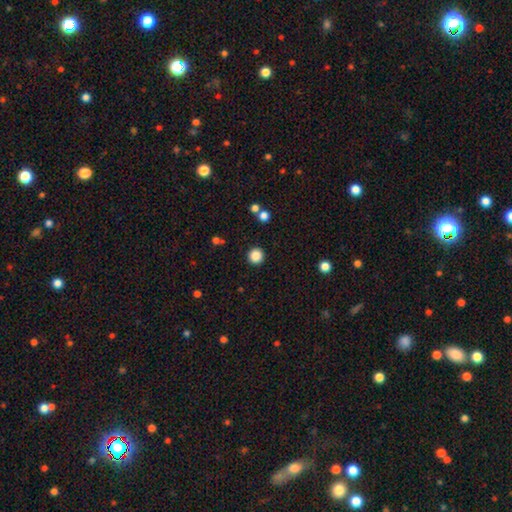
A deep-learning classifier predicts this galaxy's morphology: This is clearly a smooth galaxy (86%). How rounded: clearly round (96%). Merging: clearly none (92%).